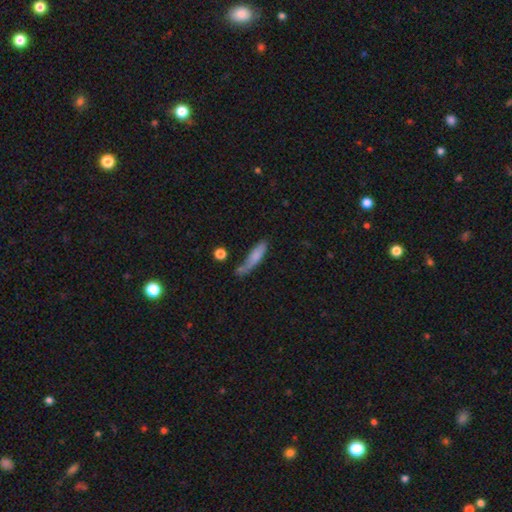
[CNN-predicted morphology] This appears to be a smooth galaxy with no disk features (74%) that is cigar-shaped (74%). Merging: none (44%).